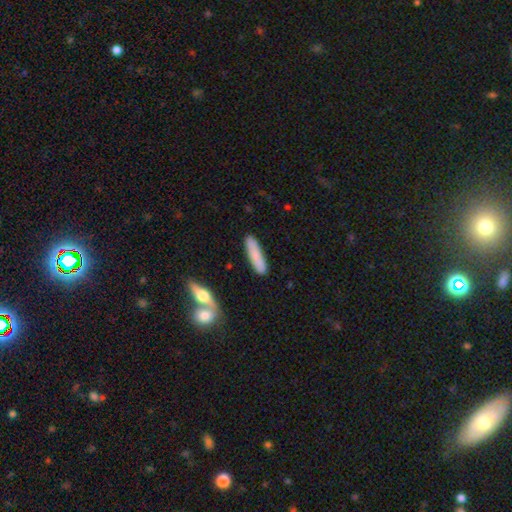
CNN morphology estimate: The model was most divided on "smooth or featured": smooth: 78%, featured or disk: 16%, star or artifact: 6%. More confident: merging — none (84%); how rounded — cigar-shaped (81%).